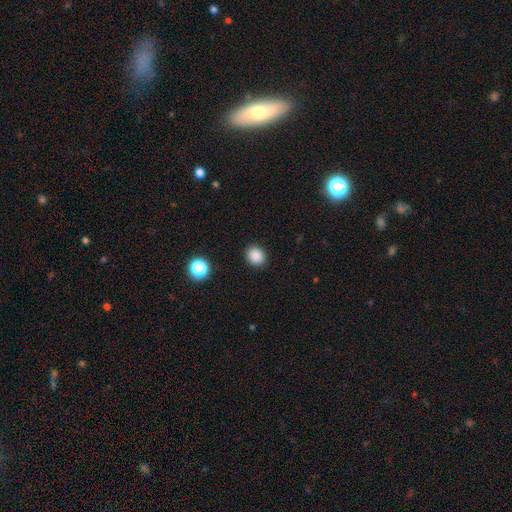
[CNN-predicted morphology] smooth_or_featured: smooth (p=0.86) [alt: star or artifact p=0.11]
how_rounded: round (p=0.71) [alt: in between p=0.28]
merging: none (p=0.90) [alt: minor disturbance p=0.07]